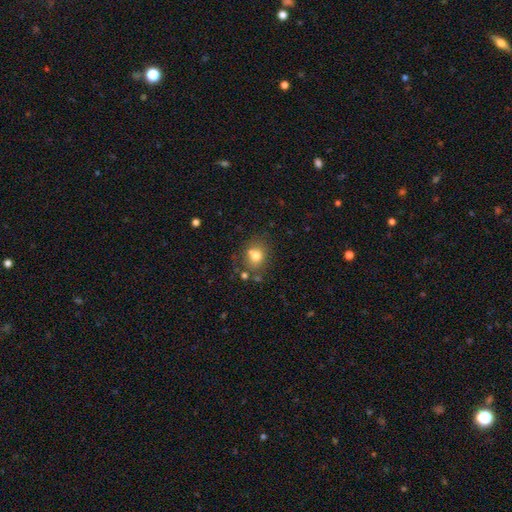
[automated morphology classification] smooth_or_featured: smooth (p=0.74) [alt: featured or disk p=0.14]
how_rounded: round (p=0.65) [alt: in between p=0.35]
merging: none (p=0.61) [alt: merger p=0.17]